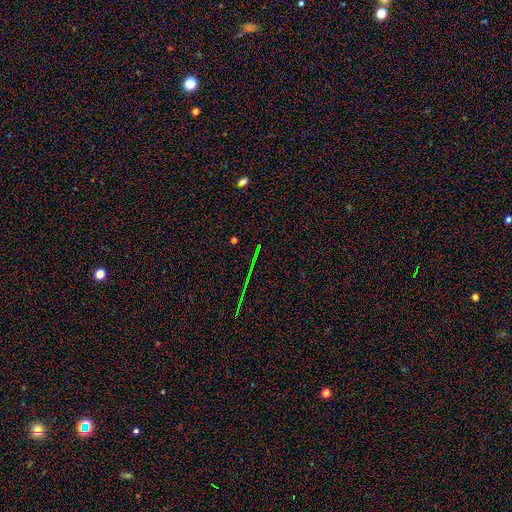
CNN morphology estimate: Q: Smooth or featured?
A: star or artifact (76%); runner-up: featured or disk (13%)